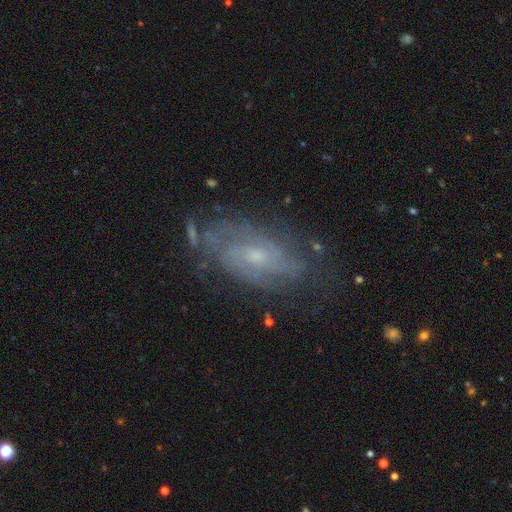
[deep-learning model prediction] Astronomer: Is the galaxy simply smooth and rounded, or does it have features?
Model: featured or disk — 73%.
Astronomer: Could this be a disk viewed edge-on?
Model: no — 92%.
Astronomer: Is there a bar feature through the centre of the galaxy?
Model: no — 64%.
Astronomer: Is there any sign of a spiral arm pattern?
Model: yes — 83%.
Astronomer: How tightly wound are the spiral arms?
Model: tight — 53% (runner-up: medium, 34%).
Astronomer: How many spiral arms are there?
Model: can't tell — 51%.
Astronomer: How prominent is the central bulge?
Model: small — 66%.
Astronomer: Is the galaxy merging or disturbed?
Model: none — 69%.